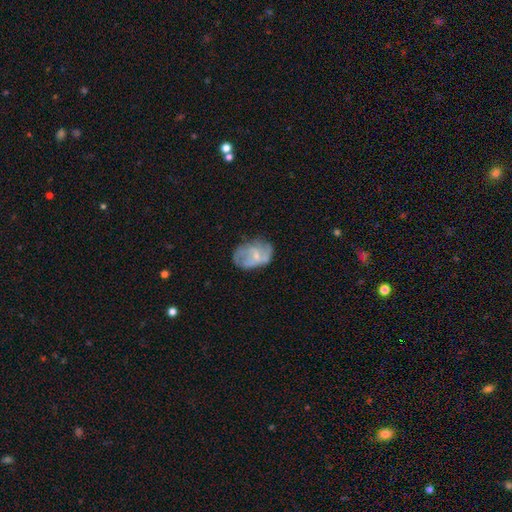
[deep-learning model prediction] Smooth or featured?
  - featured or disk: 59% *
  - smooth: 34%
  - star or artifact: 7%
Edge-on disk?
  - no: 97% *
  - yes: 3%
Bar?
  - no: 51% *
  - weak: 40%
  - strong: 9%
Spiral arms?
  - yes: 63% *
  - no: 37%
Bulge size?
  - small: 61% *
  - moderate: 27%
  - none: 10%
  - large: 1%
  - dominant: 1%
Merging?
  - none: 51% *
  - minor disturbance: 29%
  - major disturbance: 18%
  - merger: 2%